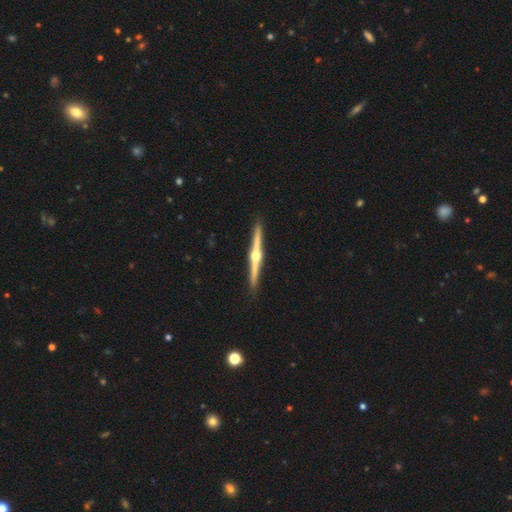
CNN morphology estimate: Smooth or featured? Predicted: featured or disk (p=0.85). Edge-on disk? Predicted: yes (p=0.99). Edge-on bulge? Predicted: rounded (p=0.96). Merging? Predicted: none (p=0.92).